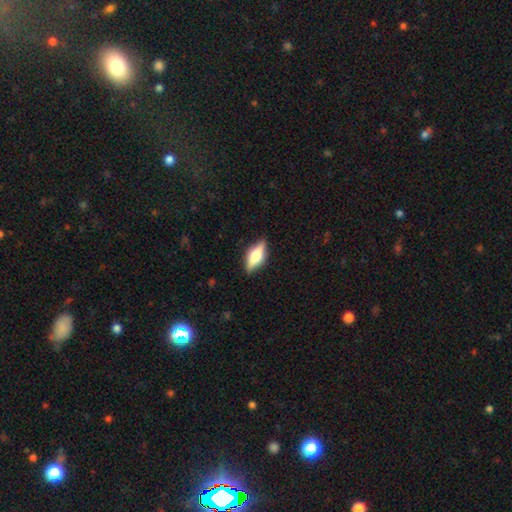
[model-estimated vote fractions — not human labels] Smooth or featured? featured or disk (50%)
Merging? none (86%)